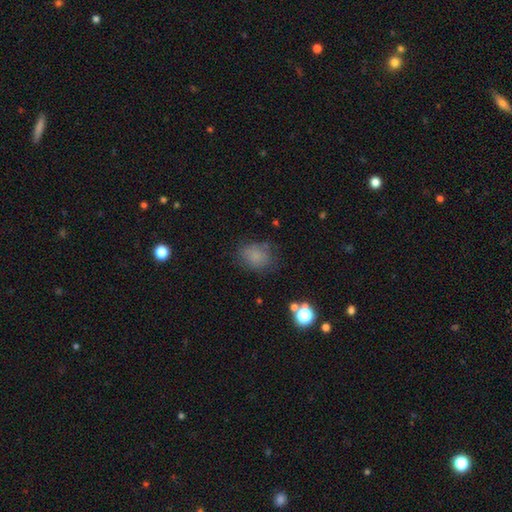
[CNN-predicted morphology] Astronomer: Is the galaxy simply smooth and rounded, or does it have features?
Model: smooth — 76%.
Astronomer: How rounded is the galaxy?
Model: round — 49%, tied with in between at 49%.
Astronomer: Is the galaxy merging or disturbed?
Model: none — 72%.